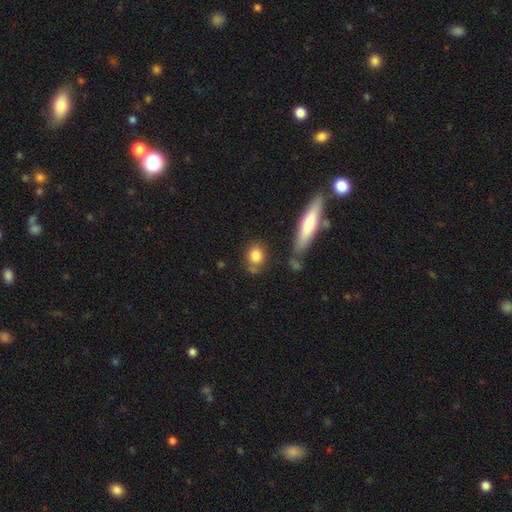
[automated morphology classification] Overall: smooth (82%). How rounded: round (58%; in between 37%). Merging: none (65%).